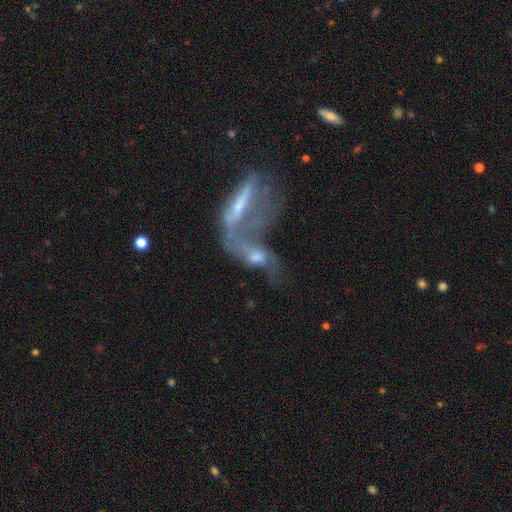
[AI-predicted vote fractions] smooth_or_featured: featured or disk (p=0.62) [alt: smooth p=0.26]
disk_edge_on: no (p=0.78) [alt: yes p=0.22]
merging: merger (p=0.70) [alt: major disturbance p=0.14]